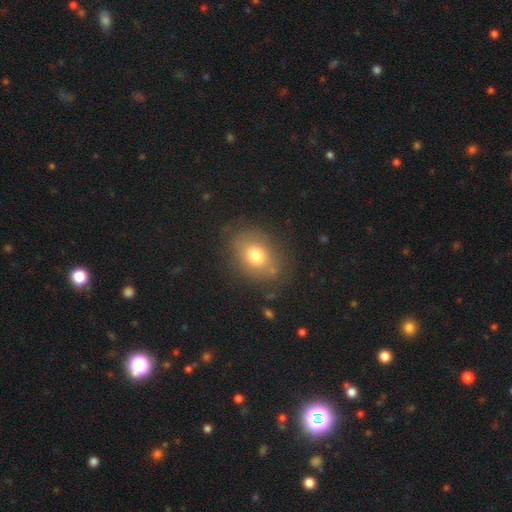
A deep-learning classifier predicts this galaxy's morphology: A smooth galaxy with no disk features (74%) that is in between round and cigar-shaped (67%). Merging: none (78%).